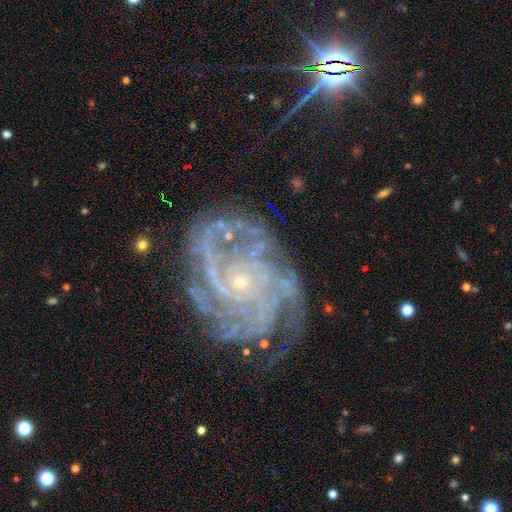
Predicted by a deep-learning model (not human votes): featured or disk 85%, star or artifact 10%, smooth 5%. Down the decision tree: edge-on disk — no (97%); bar — no (74%); spiral arms — yes (97%); spiral arm count — more than 4 (26%); spiral winding — tight (69%); bulge size — small (86%); merging — none (72%).